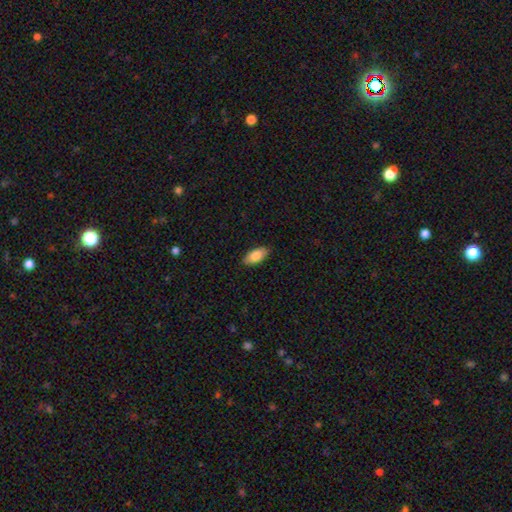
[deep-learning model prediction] Smooth or featured?
  - smooth: 85% *
  - featured or disk: 9%
  - star or artifact: 6%
How rounded?
  - in between: 91% *
  - cigar-shaped: 7%
  - round: 2%
Merging?
  - none: 88% *
  - minor disturbance: 9%
  - major disturbance: 2%
  - merger: 1%